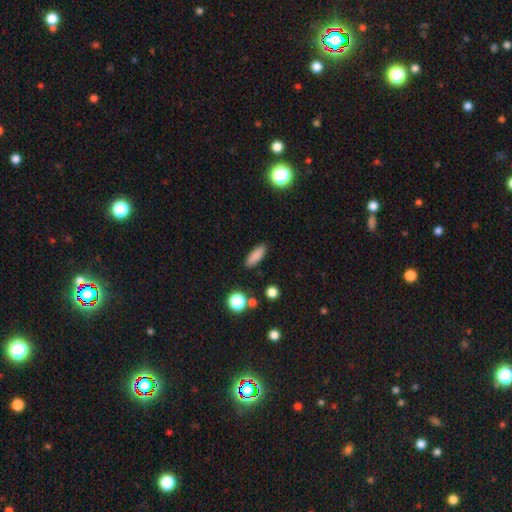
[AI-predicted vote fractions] A smooth galaxy with no disk features (85%) that is in between round and cigar-shaped (63%).

Vote fractions:
- Smooth or featured? smooth: 85% / star or artifact: 10% / featured or disk: 5%
- How rounded? in between: 63% / cigar-shaped: 34% / round: 3%
- Merging? none: 88% / minor disturbance: 8% / major disturbance: 2% / merger: 2%